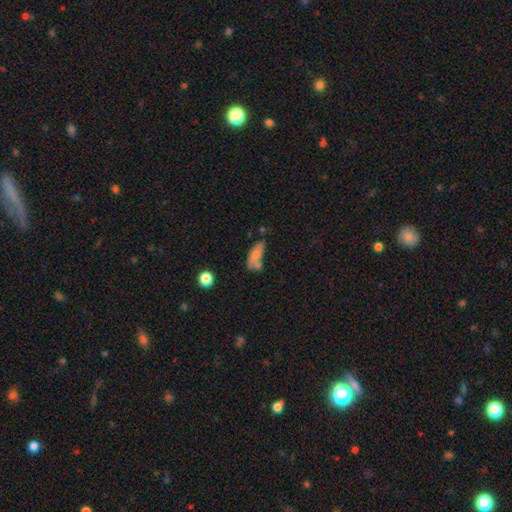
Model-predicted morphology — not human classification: Overall: smooth (71%). How rounded: in between (78%). Merging: none (34%; merger 28%).